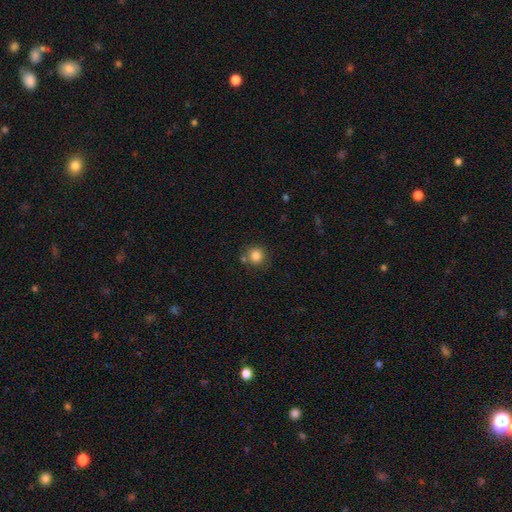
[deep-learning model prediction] This appears to be a smooth galaxy with no disk features (84%) that is round (91%). Merging: none (74%).